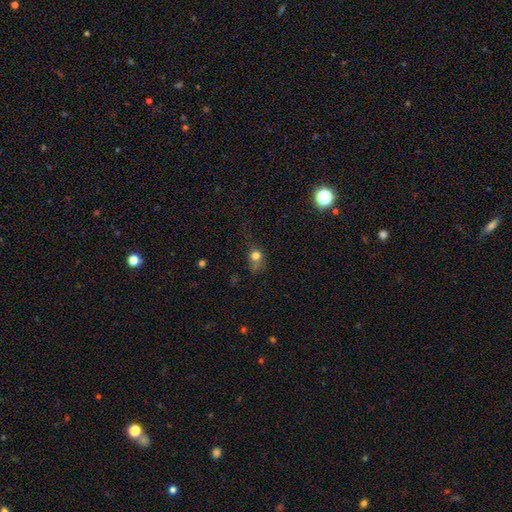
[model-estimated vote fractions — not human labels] A smooth galaxy with no disk features (74%) that is round (69%).

Vote fractions:
- Smooth or featured? smooth: 74% / star or artifact: 15% / featured or disk: 10%
- How rounded? round: 69% / in between: 29% / cigar-shaped: 2%
- Merging? none: 44% / minor disturbance: 29% / major disturbance: 20% / merger: 7%